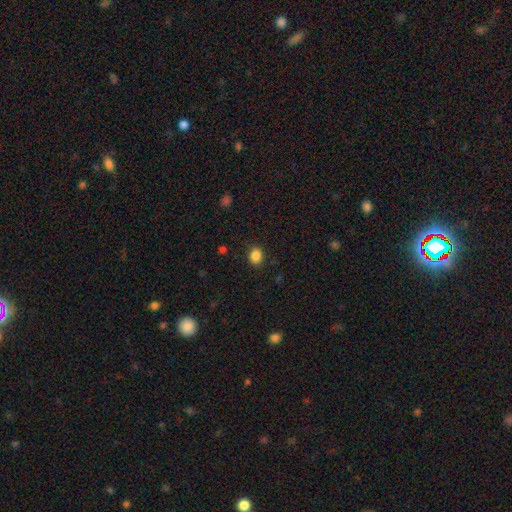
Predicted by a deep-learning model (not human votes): Smooth or featured? Predicted: smooth (p=0.86). How rounded? Predicted: round (p=0.51). Merging? Predicted: none (p=0.88).